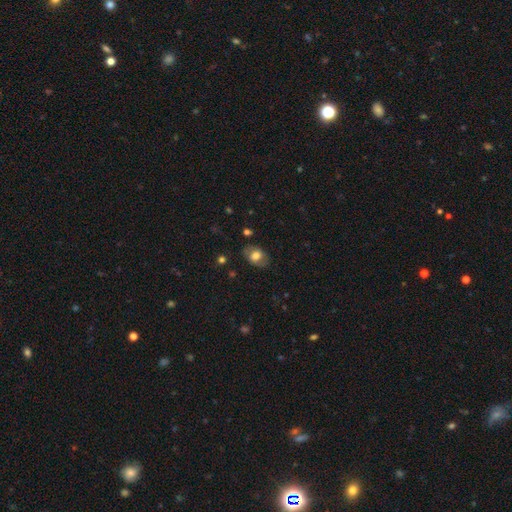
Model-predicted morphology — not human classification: Smooth or featured?
  - smooth: 64% *
  - featured or disk: 28%
  - star or artifact: 8%
How rounded?
  - in between: 78% *
  - round: 20%
  - cigar-shaped: 1%
Merging?
  - none: 76% *
  - minor disturbance: 16%
  - major disturbance: 6%
  - merger: 1%